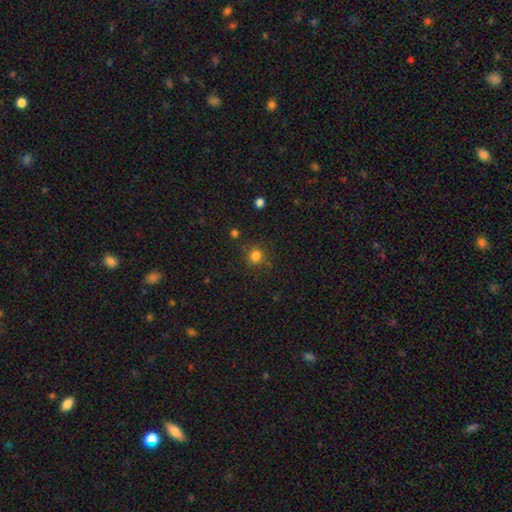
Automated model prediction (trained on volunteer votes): Morphology: type=smooth (81%); roundness=round (89%); merging=none (83%).